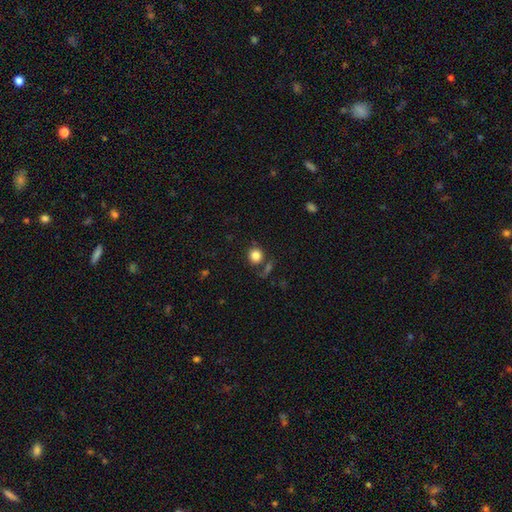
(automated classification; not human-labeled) smooth_or_featured: smooth (p=0.84) [alt: star or artifact p=0.10]
how_rounded: round (p=0.85) [alt: in between p=0.14]
merging: none (p=0.74) [alt: minor disturbance p=0.11]